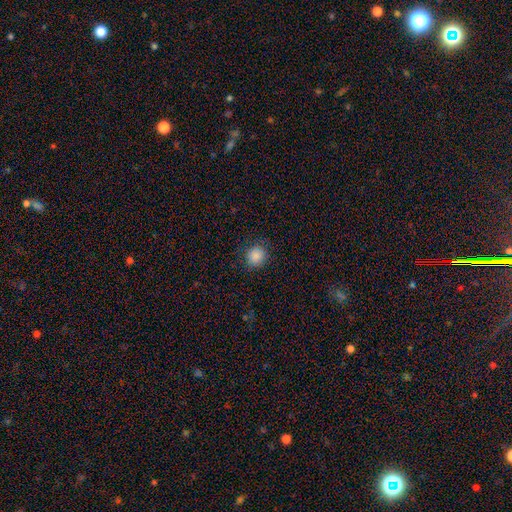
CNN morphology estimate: This is clearly a smooth galaxy (85%). How rounded: clearly round (86%). Merging: clearly none (87%).